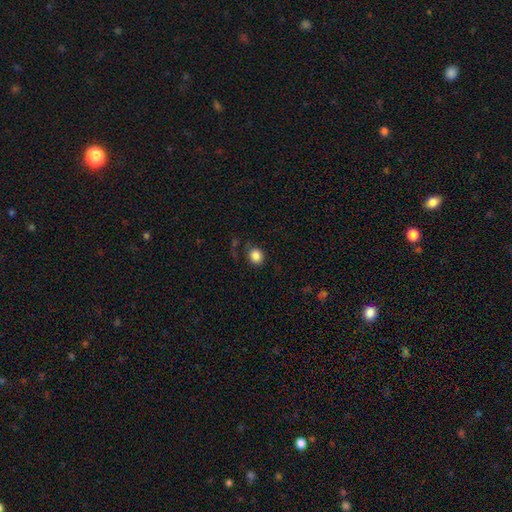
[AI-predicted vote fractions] smooth_or_featured: smooth (p=0.86) [alt: star or artifact p=0.10]
how_rounded: round (p=0.76) [alt: in between p=0.23]
merging: none (p=0.77) [alt: minor disturbance p=0.14]